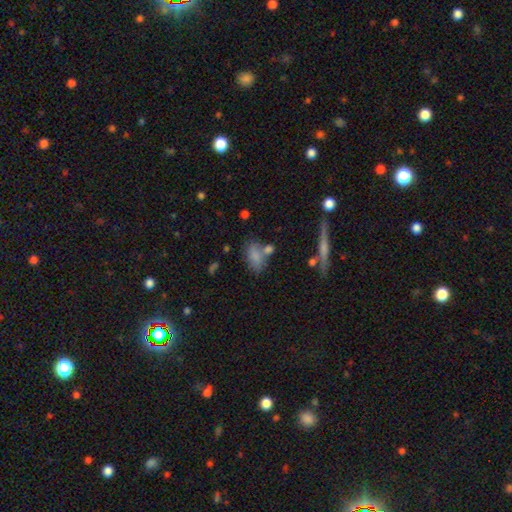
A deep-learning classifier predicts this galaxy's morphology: type=smooth (78%); roundness=in between (86%); merging=none (50%).